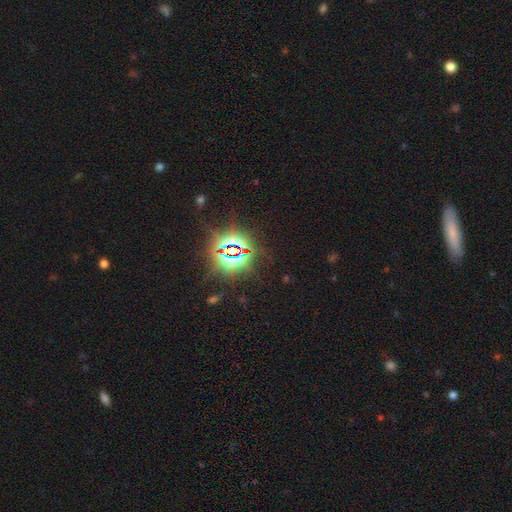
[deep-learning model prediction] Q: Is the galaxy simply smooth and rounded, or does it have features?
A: star or artifact — 82%.